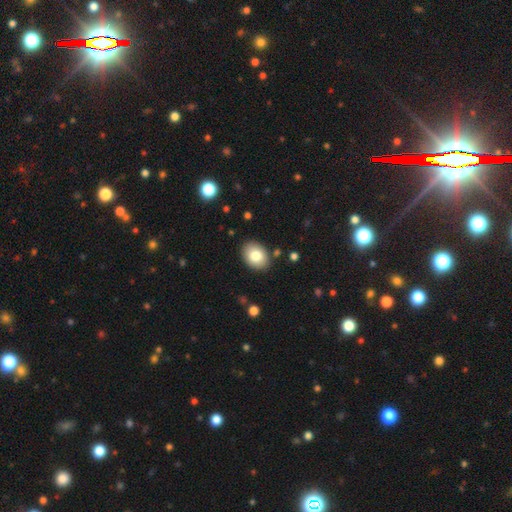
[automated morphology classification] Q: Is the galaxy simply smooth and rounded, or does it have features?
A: smooth — 81%.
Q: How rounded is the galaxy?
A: in between — 71%.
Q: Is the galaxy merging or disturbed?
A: none — 87%.